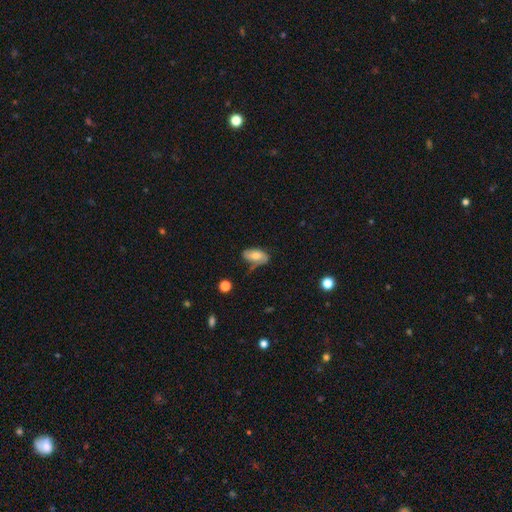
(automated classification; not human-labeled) This appears to be a smooth galaxy with no disk features (63%) that is in between round and cigar-shaped (91%). Merging: none (50%).